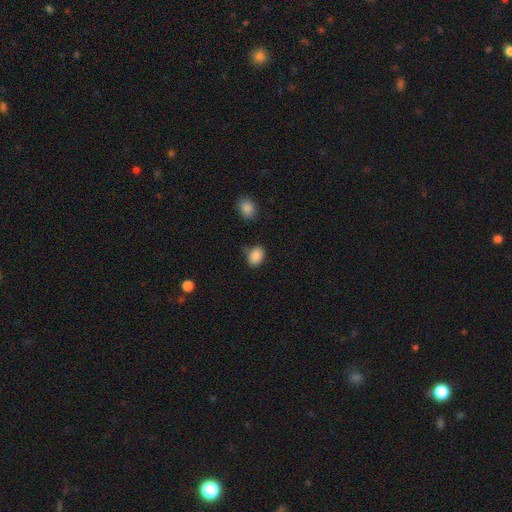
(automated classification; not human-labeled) This appears to be a smooth galaxy with no disk features (88%) that is in between round and cigar-shaped (69%). Merging: none (73%).